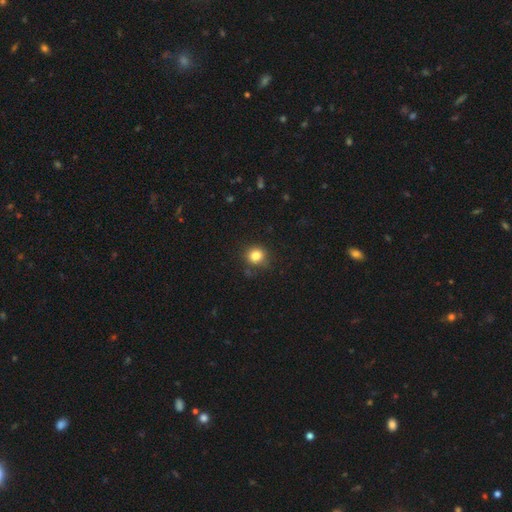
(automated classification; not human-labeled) This appears to be a smooth galaxy with no disk features (83%) that is round (87%). Merging: none (83%).